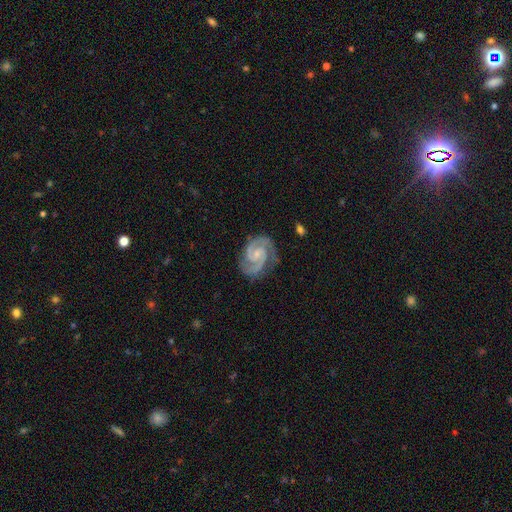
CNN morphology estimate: Smooth or featured? Predicted: featured or disk (p=0.93). Edge-on disk? Predicted: no (p=0.98). Bar? Predicted: no (p=0.52). Spiral arms? Predicted: yes (p=0.99). Spiral winding? Predicted: tight (p=0.50). Spiral arm count? Predicted: 2 (p=0.91). Bulge size? Predicted: small (p=0.64). Merging? Predicted: none (p=0.80).